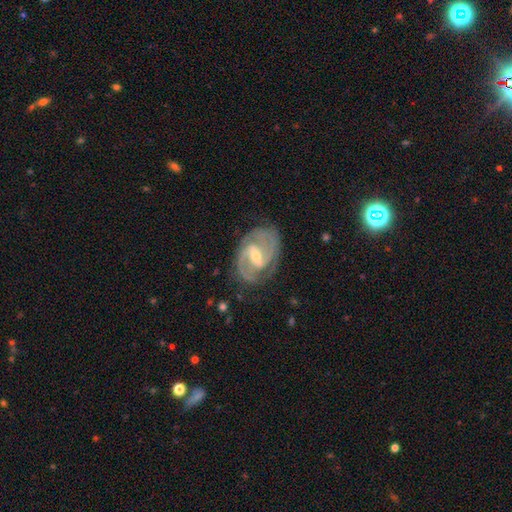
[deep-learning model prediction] This is clearly a featured or disk galaxy (89%). It is clearly not viewed edge-on (97%). Bar: possibly weak (51%). Spiral arm pattern: clearly yes (97%). Spiral arm count: likely 2 (78%). Spiral winding: possibly medium (48%). Central bulge: possibly small (49%). Merging: likely none (77%).